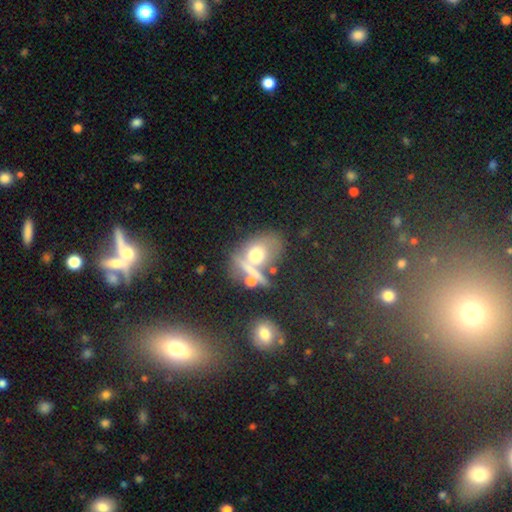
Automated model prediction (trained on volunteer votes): smooth 55%, featured or disk 25%, star or artifact 20%. Down the decision tree: how rounded — in between (58%); merging — none (38%).